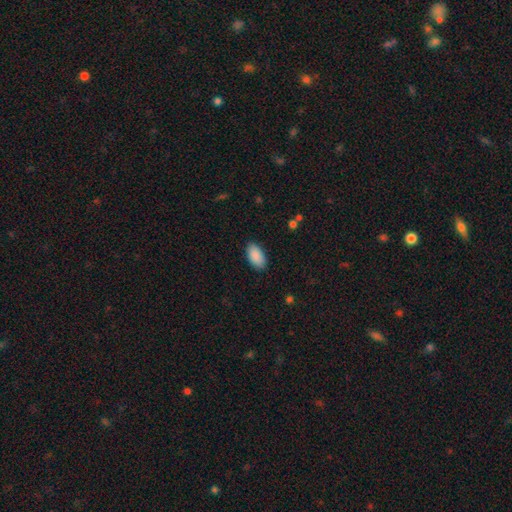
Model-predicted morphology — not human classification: This is clearly a smooth galaxy (90%). How rounded: clearly in between (95%). Merging: clearly none (87%).